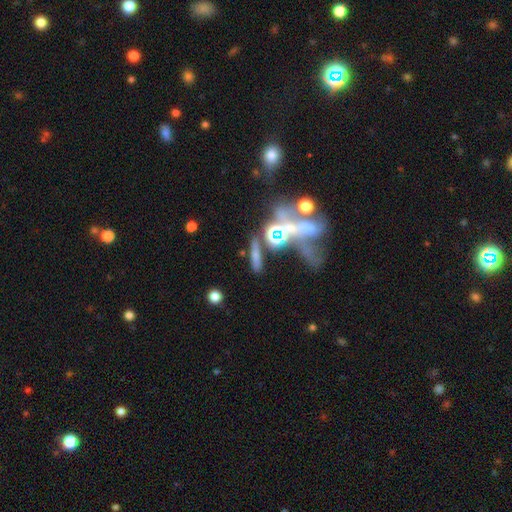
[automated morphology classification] Q: Smooth or featured?
A: smooth (54%); runner-up: featured or disk (24%)
Q: How rounded?
A: cigar-shaped (65%); runner-up: in between (23%)
Q: Merging?
A: none (64%); runner-up: merger (15%)